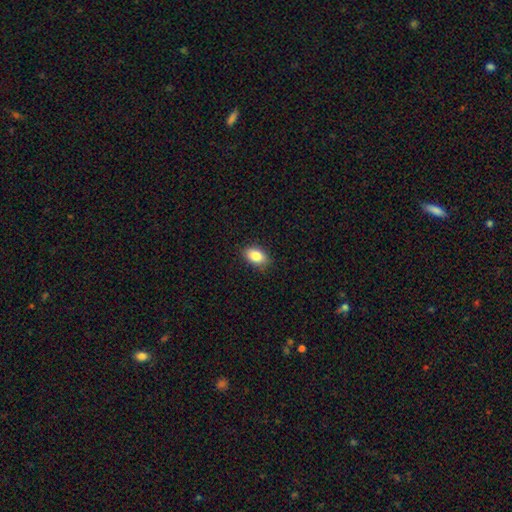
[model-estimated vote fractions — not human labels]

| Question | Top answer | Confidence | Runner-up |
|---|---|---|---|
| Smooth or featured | smooth | 86% | star or artifact (8%) |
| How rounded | in between | 90% | round (9%) |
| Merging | none | 87% | minor disturbance (10%) |